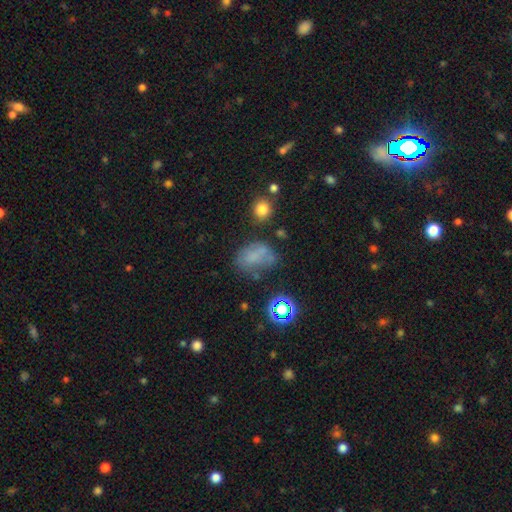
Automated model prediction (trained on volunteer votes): smooth_or_featured: smooth (p=0.55) [alt: star or artifact p=0.23]
how_rounded: in between (p=0.76) [alt: round p=0.22]
merging: none (p=0.41) [alt: minor disturbance p=0.27]